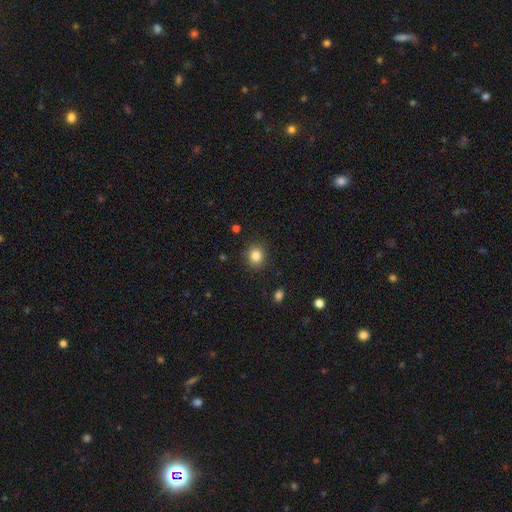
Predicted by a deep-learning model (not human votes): Overall: smooth (84%). How rounded: round (82%). Merging: none (89%).